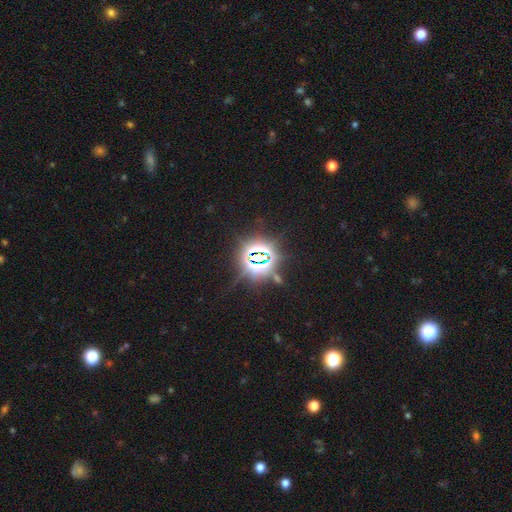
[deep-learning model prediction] The model was most divided on "smooth or featured": star or artifact: 81%, smooth: 11%, featured or disk: 7%.